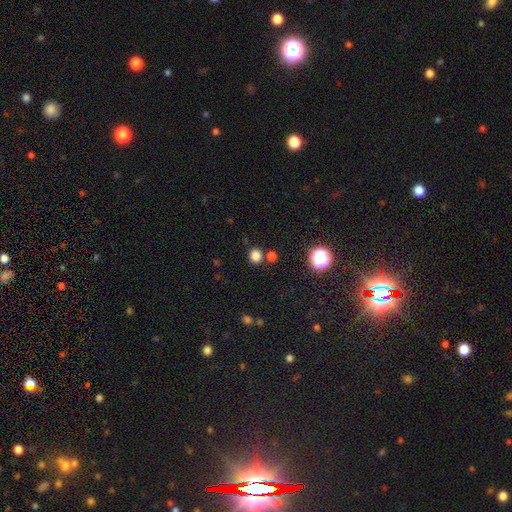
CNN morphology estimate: type=smooth (81%); roundness=round (76%); merging=none (77%).